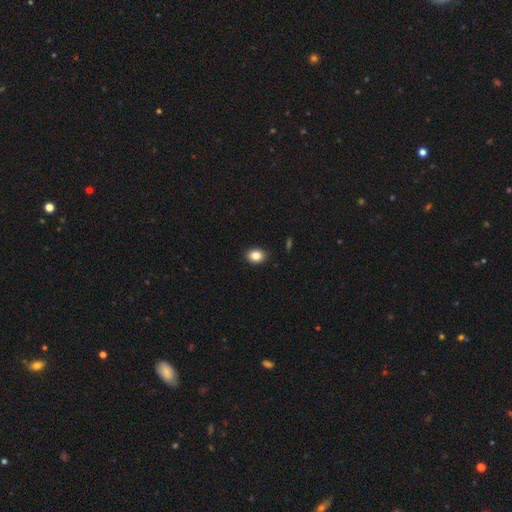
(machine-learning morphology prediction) smooth_or_featured: smooth (p=0.85) [alt: star or artifact p=0.09]
how_rounded: in between (p=0.51) [alt: round p=0.49]
merging: none (p=0.89) [alt: minor disturbance p=0.08]